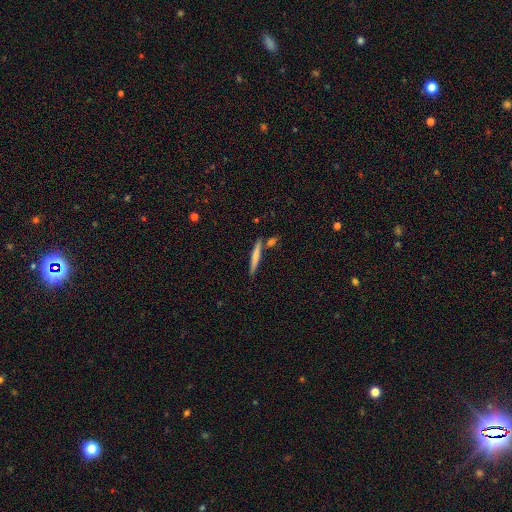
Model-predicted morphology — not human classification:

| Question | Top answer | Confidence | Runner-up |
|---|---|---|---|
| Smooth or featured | smooth | 59% | featured or disk (35%) |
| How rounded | cigar-shaped | 94% | in between (4%) |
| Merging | none | 77% | minor disturbance (11%) |